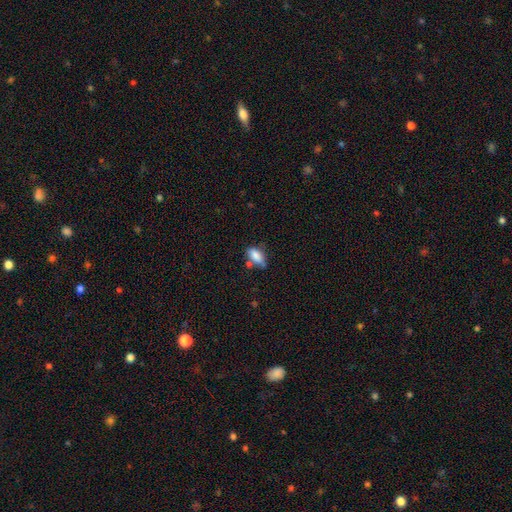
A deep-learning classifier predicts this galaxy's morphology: Q: Smooth or featured?
A: smooth (82%); runner-up: featured or disk (10%)
Q: How rounded?
A: in between (88%); runner-up: cigar-shaped (7%)
Q: Merging?
A: none (51%); runner-up: minor disturbance (29%)